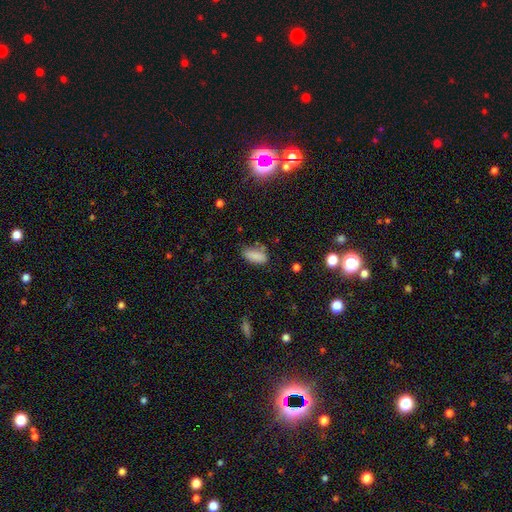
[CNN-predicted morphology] Q: Smooth or featured?
A: smooth (84%); runner-up: star or artifact (9%)
Q: How rounded?
A: in between (85%); runner-up: cigar-shaped (12%)
Q: Merging?
A: none (67%); runner-up: minor disturbance (22%)